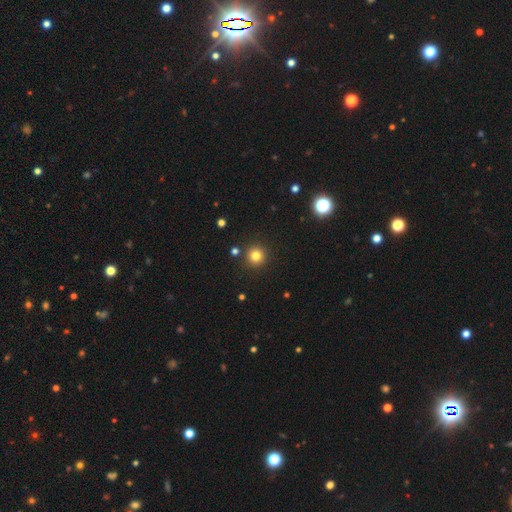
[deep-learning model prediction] Smooth or featured? Predicted: smooth (p=0.80). How rounded? Predicted: round (p=0.95). Merging? Predicted: none (p=0.89).